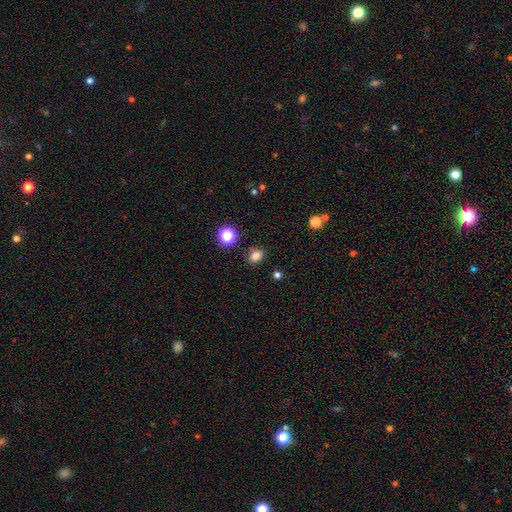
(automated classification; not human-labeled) Overall: smooth (80%). How rounded: in between (60%; round 39%). Merging: none (83%).